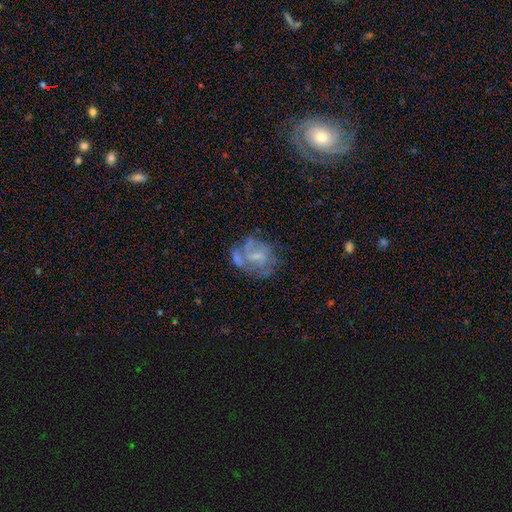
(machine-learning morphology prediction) A featured or disk galaxy (68%) with no bar (45%), spiral arms (63%) and a small central bulge (45%).

Vote fractions:
- Smooth or featured? featured or disk: 68% / smooth: 22% / star or artifact: 11%
- Edge-on disk? no: 97% / yes: 3%
- Bar? no: 45% / weak: 44% / strong: 12%
- Spiral arms? yes: 63% / no: 37%
- Bulge size? small: 45% / none: 29% / moderate: 23% / large: 2% / dominant: 1%
- Merging? none: 43% / major disturbance: 24% / minor disturbance: 21% / merger: 12%